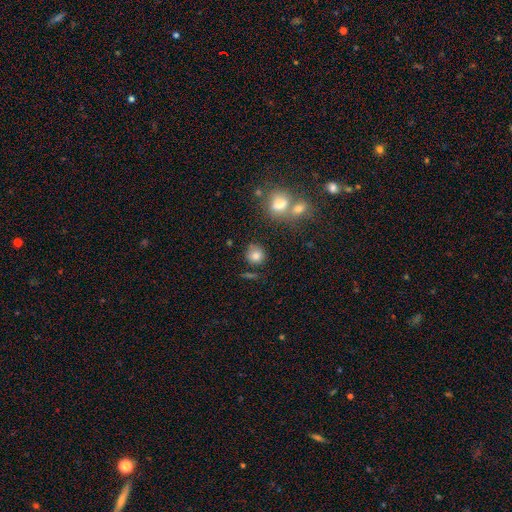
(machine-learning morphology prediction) Smooth or featured? smooth (80%)
How rounded? round (88%)
Merging? none (74%)